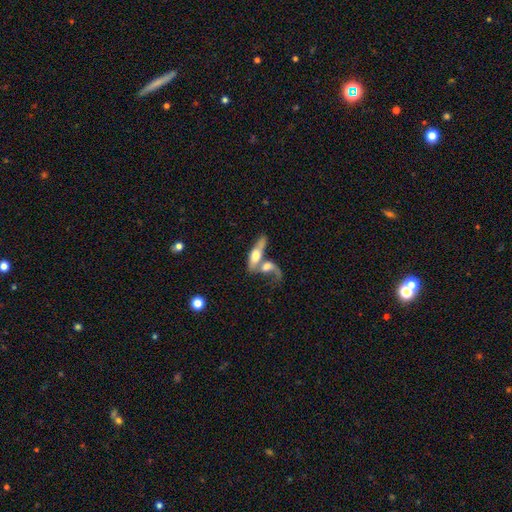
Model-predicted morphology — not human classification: A smooth galaxy with no disk features (48%).

Vote fractions:
- Smooth or featured? smooth: 48% / featured or disk: 44% / star or artifact: 7%
- Merging? merger: 68% / none: 15% / major disturbance: 9% / minor disturbance: 7%